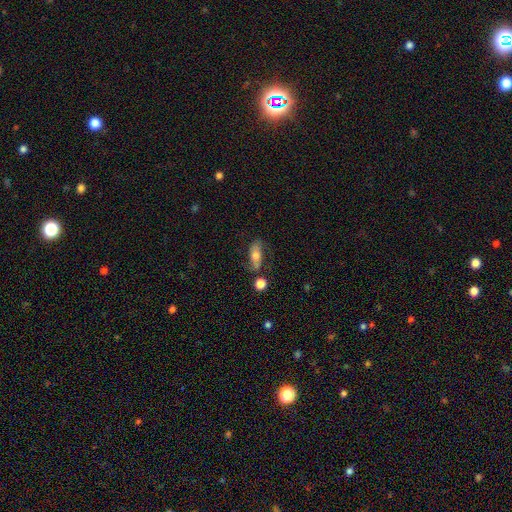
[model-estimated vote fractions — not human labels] A smooth galaxy with no disk features (56%) that is in between round and cigar-shaped (74%). Merging: none (60%).